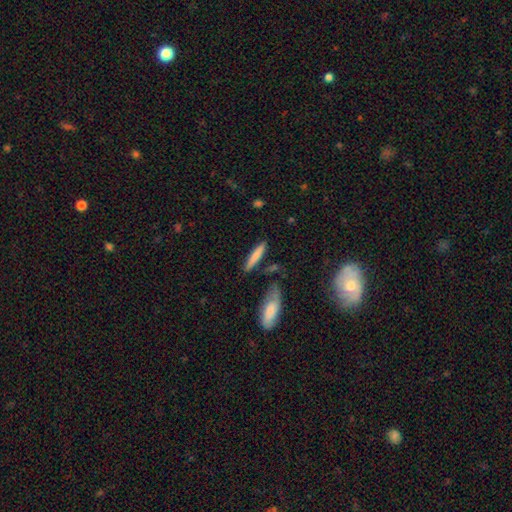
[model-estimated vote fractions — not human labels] smooth_or_featured: smooth (p=0.73) [alt: featured or disk p=0.21]
how_rounded: cigar-shaped (p=0.86) [alt: in between p=0.12]
merging: none (p=0.77) [alt: minor disturbance p=0.13]